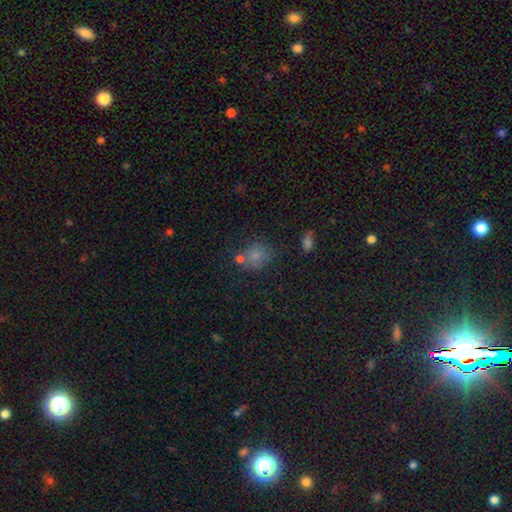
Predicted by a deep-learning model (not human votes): The model was most divided on "how rounded": round: 64%, in between: 35%, cigar-shaped: 1%. More confident: smooth or featured — smooth (75%); merging — none (56%).